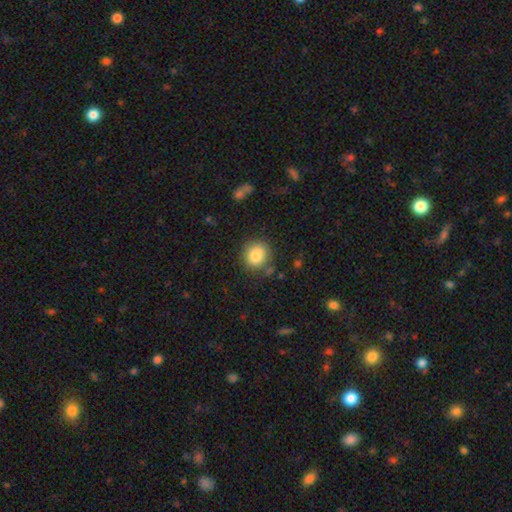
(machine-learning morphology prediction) The model was most divided on "how rounded": round: 83%, in between: 16%, cigar-shaped: 1%. More confident: smooth or featured — smooth (85%); merging — none (81%).